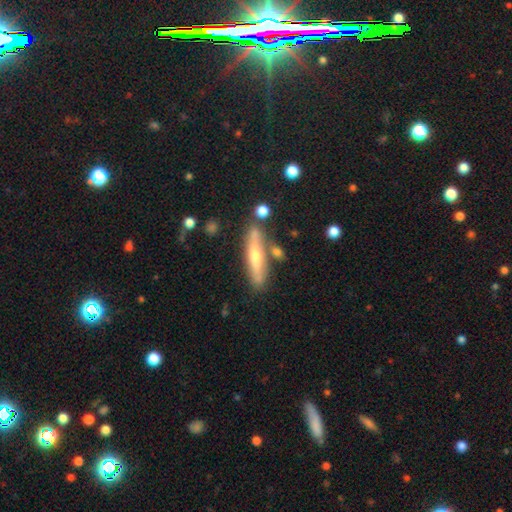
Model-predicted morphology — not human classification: A featured or disk galaxy (49%). Merging: none (73%).